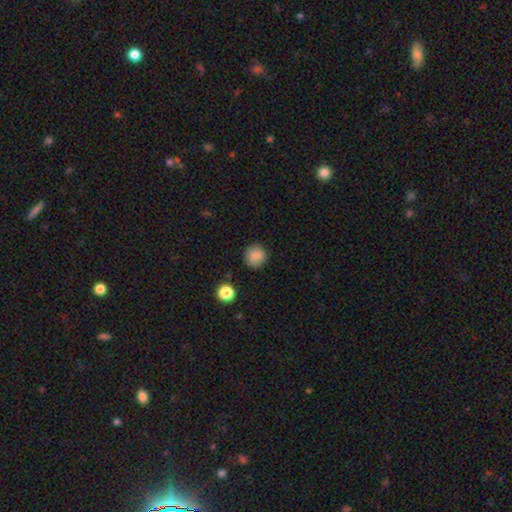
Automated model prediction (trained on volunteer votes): Morphology: type=smooth (83%); roundness=round (89%); merging=none (84%).